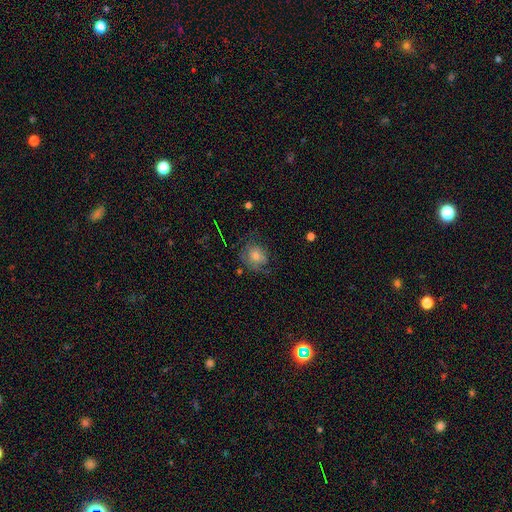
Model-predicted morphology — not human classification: smooth-or-featured: smooth: 48% | featured or disk: 33% | star or artifact: 19%
  merging: none: 66% | minor disturbance: 20% | major disturbance: 12% | merger: 2%